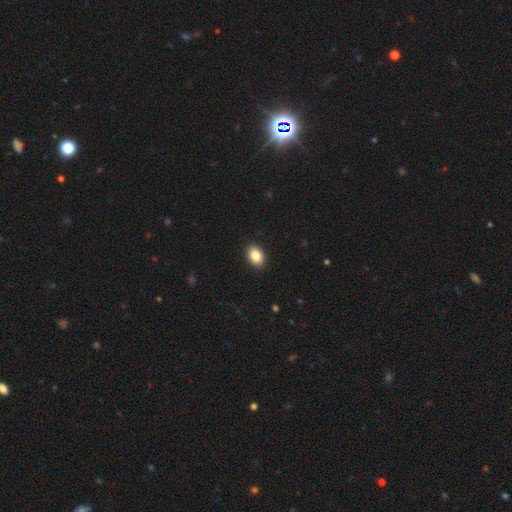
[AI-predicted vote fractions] A smooth galaxy with no disk features (85%) that is in between round and cigar-shaped (78%).

Vote fractions:
- Smooth or featured? smooth: 85% / star or artifact: 8% / featured or disk: 6%
- How rounded? in between: 78% / round: 21% / cigar-shaped: 1%
- Merging? none: 91% / minor disturbance: 7% / major disturbance: 2% / merger: 1%